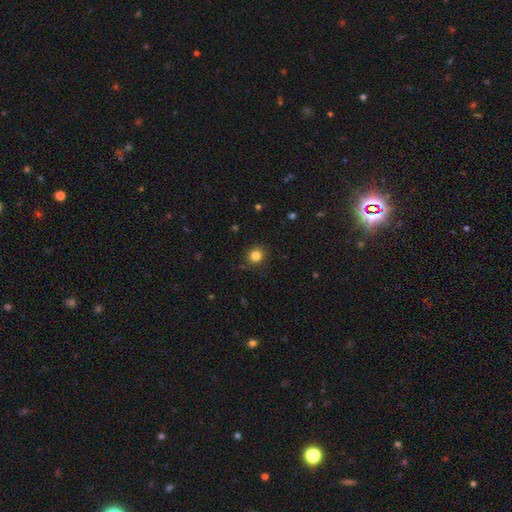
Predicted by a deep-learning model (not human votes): Smooth or featured?
  - smooth: 83% *
  - star or artifact: 12%
  - featured or disk: 5%
How rounded?
  - round: 88% *
  - in between: 11%
  - cigar-shaped: 1%
Merging?
  - none: 88% *
  - minor disturbance: 9%
  - major disturbance: 2%
  - merger: 1%